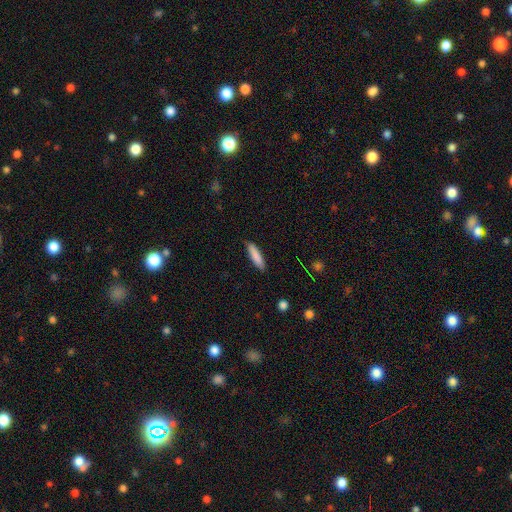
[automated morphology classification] This is clearly a smooth galaxy (86%). How rounded: likely cigar-shaped (74%). Merging: clearly none (87%).